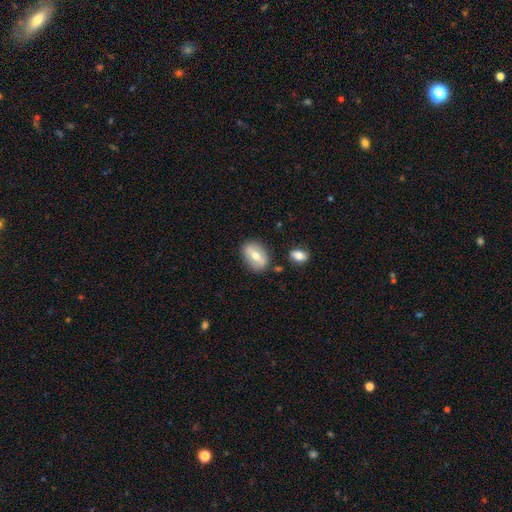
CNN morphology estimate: type=smooth (53%); roundness=in between (81%); merging=none (78%).